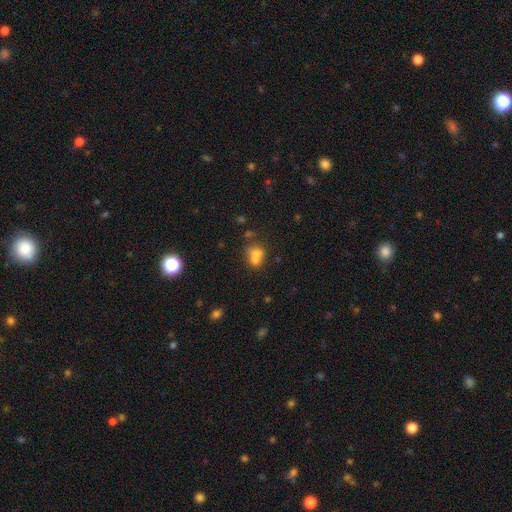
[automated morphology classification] A smooth galaxy with no disk features (66%) that is round (58%).

Vote fractions:
- Smooth or featured? smooth: 66% / featured or disk: 20% / star or artifact: 15%
- How rounded? round: 58% / in between: 40% / cigar-shaped: 2%
- Merging? merger: 60% / none: 28% / minor disturbance: 8% / major disturbance: 4%